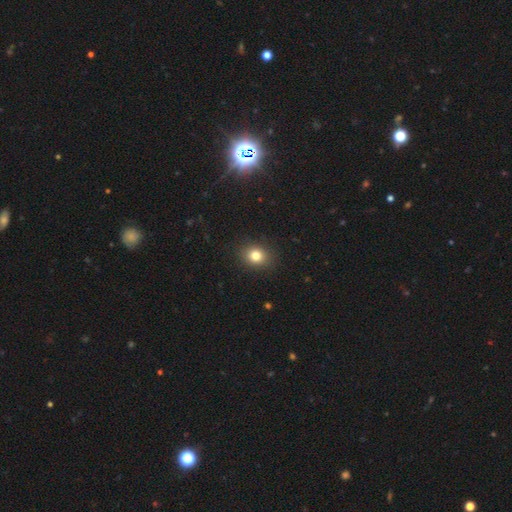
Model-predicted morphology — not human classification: smooth-or-featured: smooth: 80% | star or artifact: 12% | featured or disk: 7%
  how-rounded: round: 60% | in between: 39% | cigar-shaped: 1%
  merging: none: 89% | minor disturbance: 8% | major disturbance: 2% | merger: 1%